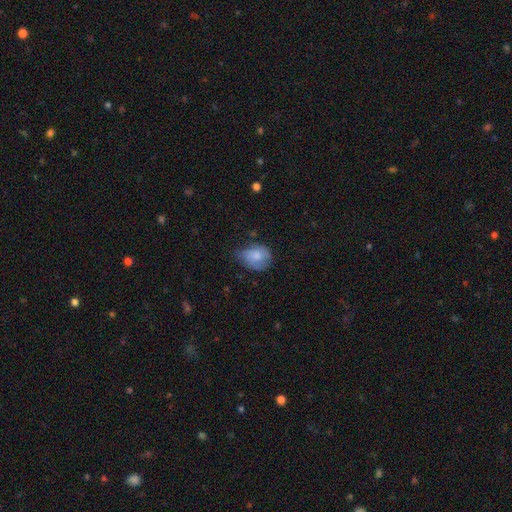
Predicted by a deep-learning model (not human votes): smooth_or_featured: smooth (p=0.74) [alt: featured or disk p=0.19]
how_rounded: in between (p=0.55) [alt: round p=0.44]
merging: minor disturbance (p=0.42) [tied with: none p=0.42]